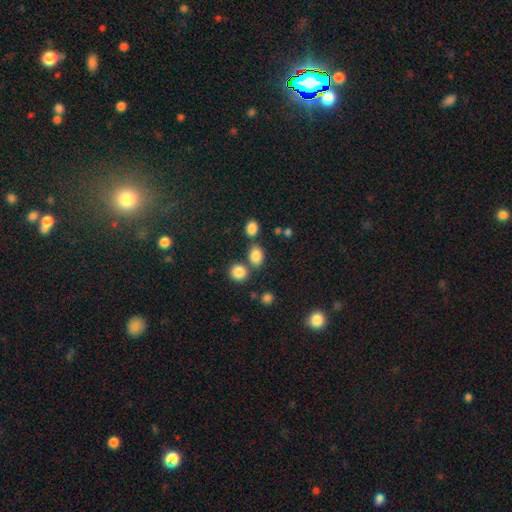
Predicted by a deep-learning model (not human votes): Smooth or featured?
  - smooth: 83% *
  - star or artifact: 12%
  - featured or disk: 5%
How rounded?
  - in between: 57% *
  - round: 41%
  - cigar-shaped: 1%
Merging?
  - none: 66% *
  - merger: 20%
  - minor disturbance: 11%
  - major disturbance: 4%